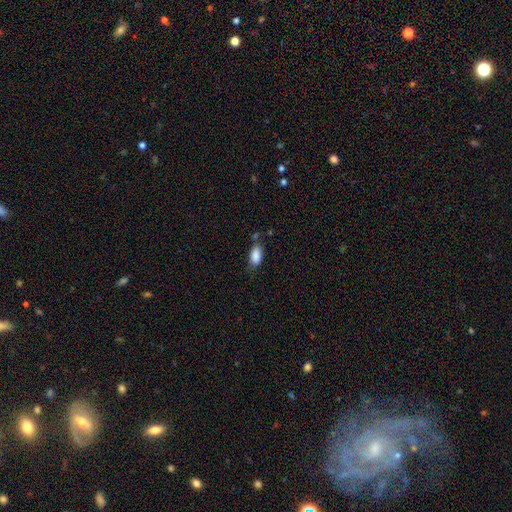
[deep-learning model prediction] A smooth galaxy with no disk features (88%) that is in between round and cigar-shaped (91%).

Vote fractions:
- Smooth or featured? smooth: 88% / star or artifact: 7% / featured or disk: 5%
- How rounded? in between: 91% / cigar-shaped: 6% / round: 3%
- Merging? none: 64% / minor disturbance: 23% / merger: 7% / major disturbance: 6%